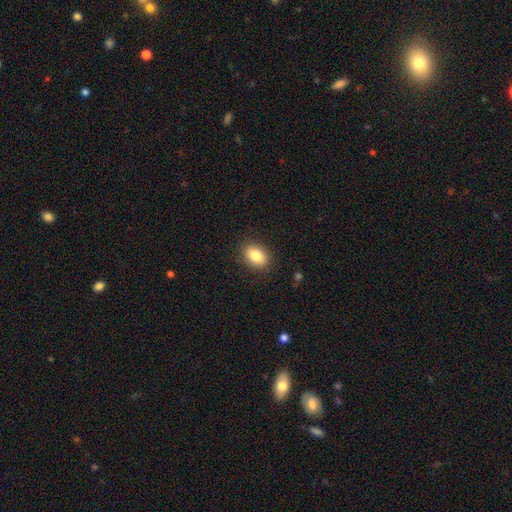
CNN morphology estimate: Q: Smooth or featured?
A: smooth (84%); runner-up: star or artifact (8%)
Q: How rounded?
A: in between (78%); runner-up: round (21%)
Q: Merging?
A: none (88%); runner-up: minor disturbance (9%)